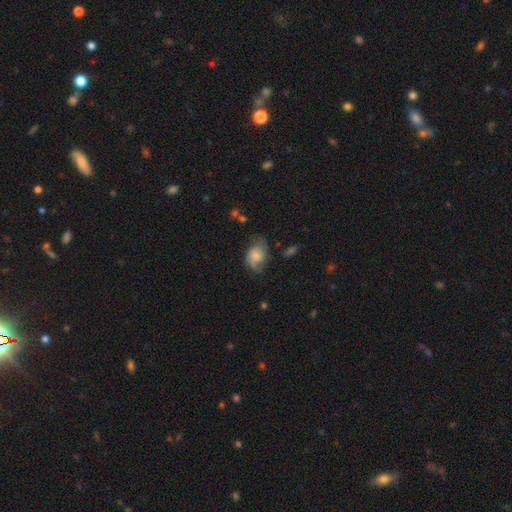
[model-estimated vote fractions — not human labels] Morphology: type=smooth (48%); merging=none (50%).